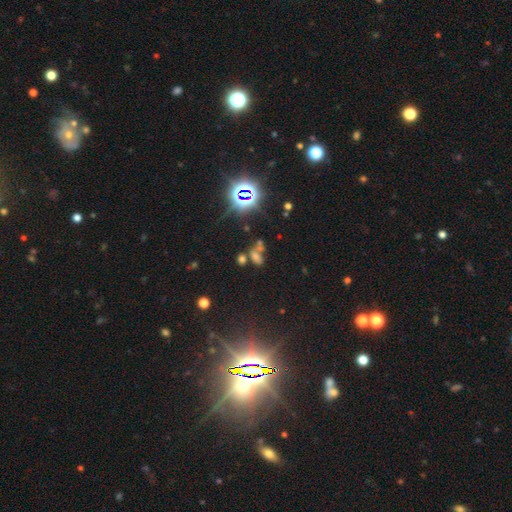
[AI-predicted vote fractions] Smooth or featured? Predicted: smooth (p=0.47). Merging? Predicted: none (p=0.40).